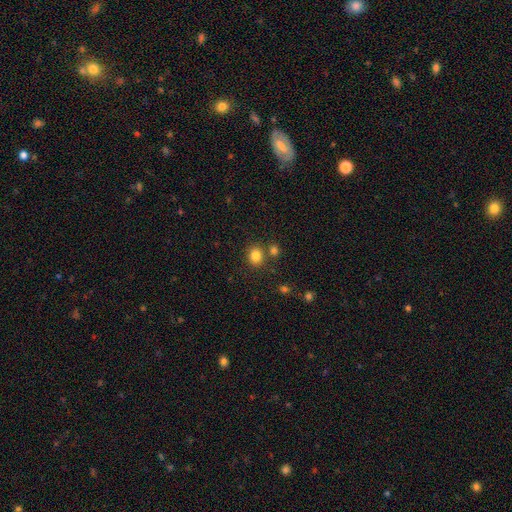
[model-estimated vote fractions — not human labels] Q: Smooth or featured?
A: smooth (83%); runner-up: star or artifact (12%)
Q: How rounded?
A: round (65%); runner-up: in between (34%)
Q: Merging?
A: none (74%); runner-up: merger (14%)